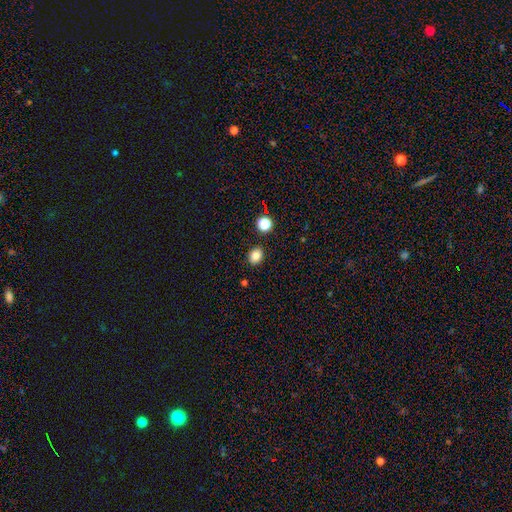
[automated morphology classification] Smooth or featured? Predicted: smooth (p=0.83). How rounded? Predicted: round (p=0.52). Merging? Predicted: none (p=0.87).